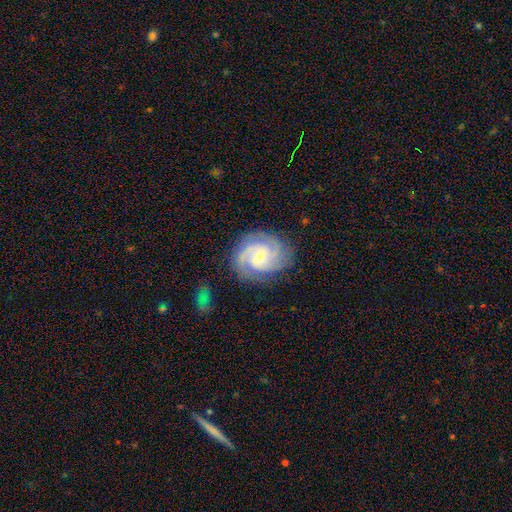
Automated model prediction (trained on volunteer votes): Smooth or featured?
  - featured or disk: 87% *
  - smooth: 8%
  - star or artifact: 5%
Edge-on disk?
  - no: 98% *
  - yes: 2%
Bar?
  - no: 62% *
  - weak: 33%
  - strong: 5%
Spiral arms?
  - yes: 98% *
  - no: 2%
Spiral winding?
  - tight: 52% *
  - medium: 40%
  - loose: 8%
Spiral arm count?
  - 3: 47% *
  - 2: 25%
  - can't tell: 12%
  - 4: 8%
  - 1: 5%
  - more than 4: 4%
Bulge size?
  - small: 63% *
  - moderate: 33%
  - large: 2%
  - none: 1%
  - dominant: 1%
Merging?
  - none: 81% *
  - minor disturbance: 13%
  - major disturbance: 5%
  - merger: 1%